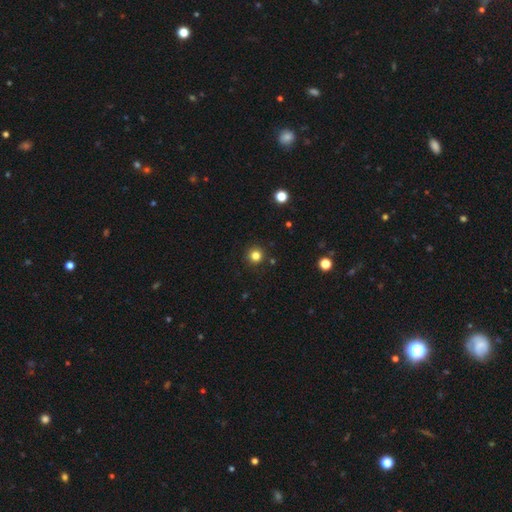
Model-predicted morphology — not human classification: Smooth or featured? smooth (82%)
How rounded? round (95%)
Merging? none (91%)